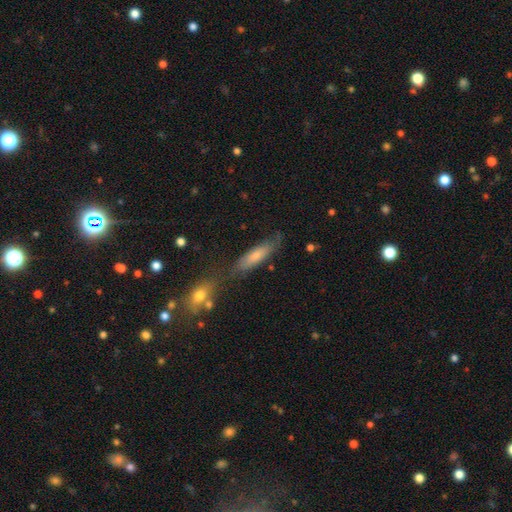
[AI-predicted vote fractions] The model was most divided on "how rounded": cigar-shaped: 66%, in between: 32%, round: 2%. More confident: smooth or featured — smooth (69%); merging — none (65%).